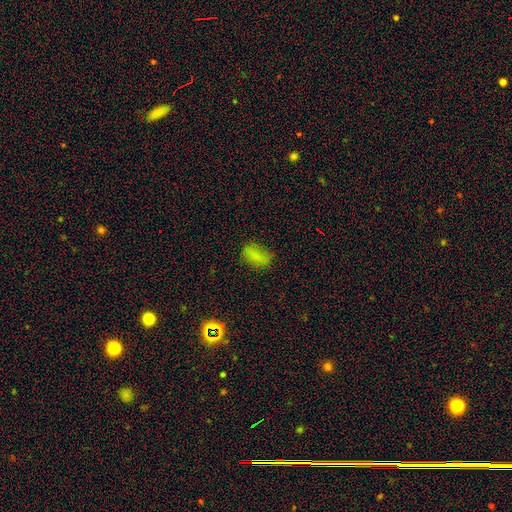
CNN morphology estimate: This appears to be a smooth galaxy with no disk features (76%) that is in between round and cigar-shaped (89%). Merging: none (71%).